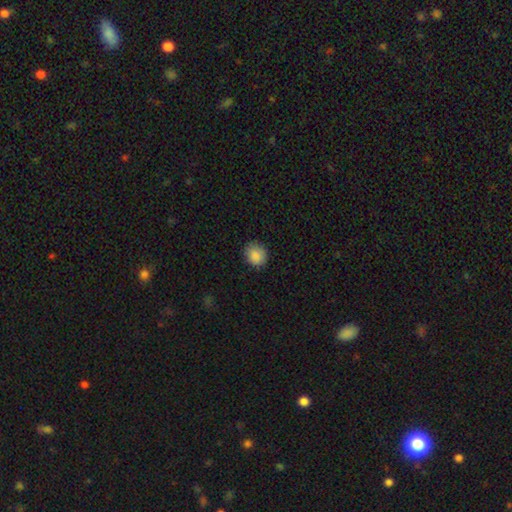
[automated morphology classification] Smooth or featured?
  - smooth: 88% *
  - star or artifact: 8%
  - featured or disk: 4%
How rounded?
  - round: 77% *
  - in between: 22%
  - cigar-shaped: 1%
Merging?
  - none: 82% *
  - minor disturbance: 14%
  - major disturbance: 3%
  - merger: 1%